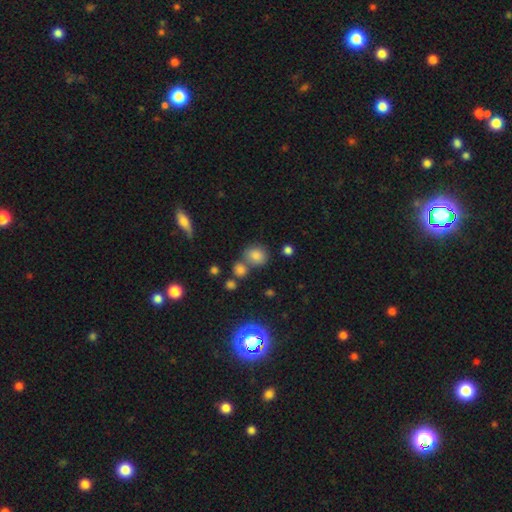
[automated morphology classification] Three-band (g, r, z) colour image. It shows a smooth galaxy with no disk features (79%) that is round (70%). Merging: none (59%).